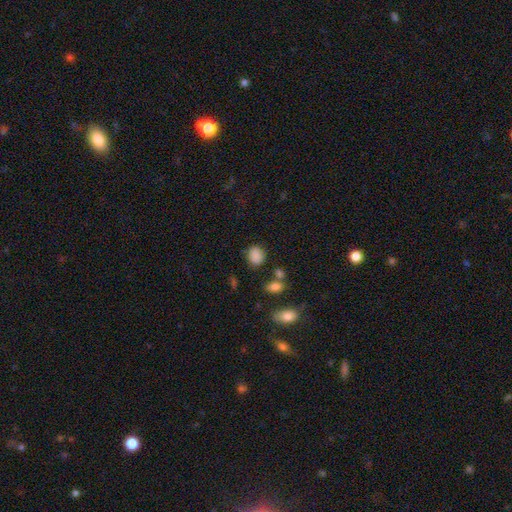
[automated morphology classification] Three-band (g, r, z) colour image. It shows a smooth galaxy with no disk features (85%) that is in between round and cigar-shaped (53%). Merging: none (75%).